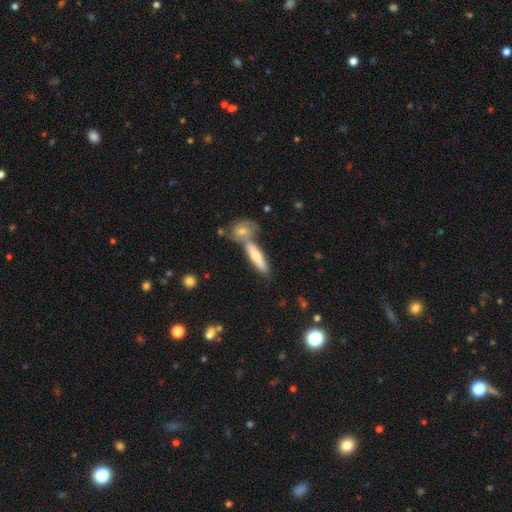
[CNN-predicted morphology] Smooth or featured: smooth — 48% (featured or disk — 44%)
Merging: none — 51% (merger — 35%)